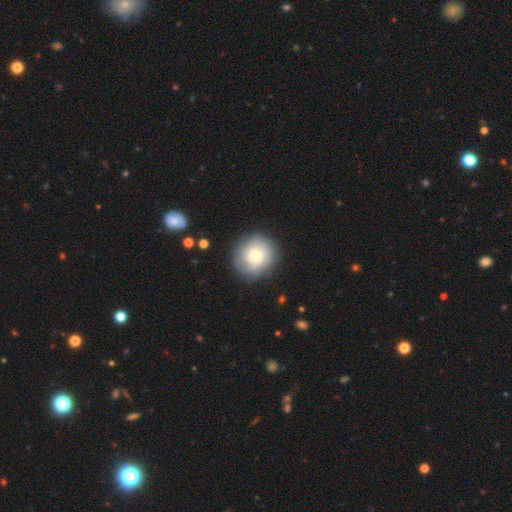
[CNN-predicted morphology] The model was most divided on "smooth or featured": smooth: 51%, featured or disk: 40%, star or artifact: 9%. More confident: how rounded — round (86%); merging — none (82%).